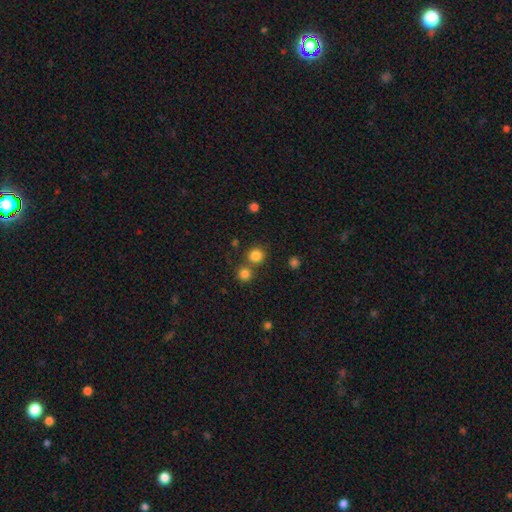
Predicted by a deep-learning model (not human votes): Smooth or featured: smooth — 81% (star or artifact — 14%)
How rounded: round — 92% (in between — 7%)
Merging: none — 70% (merger — 21%)